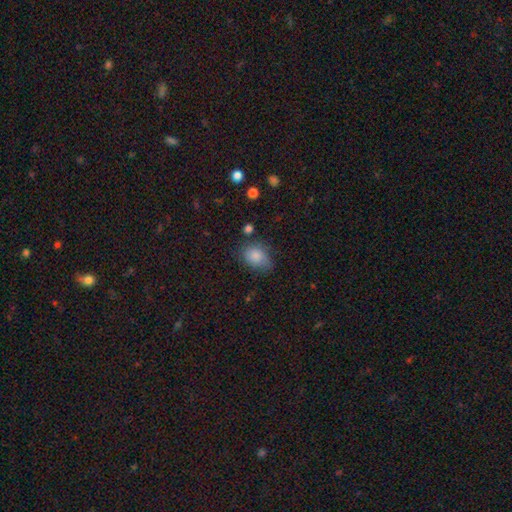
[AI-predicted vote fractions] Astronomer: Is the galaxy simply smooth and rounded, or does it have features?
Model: smooth — 82%.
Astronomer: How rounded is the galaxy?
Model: in between — 70%.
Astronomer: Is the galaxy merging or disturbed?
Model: none — 59%.